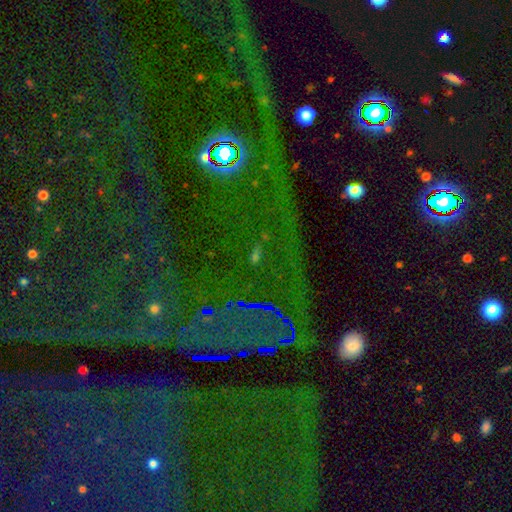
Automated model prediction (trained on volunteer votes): A star or artifact, not a galaxy (80%).